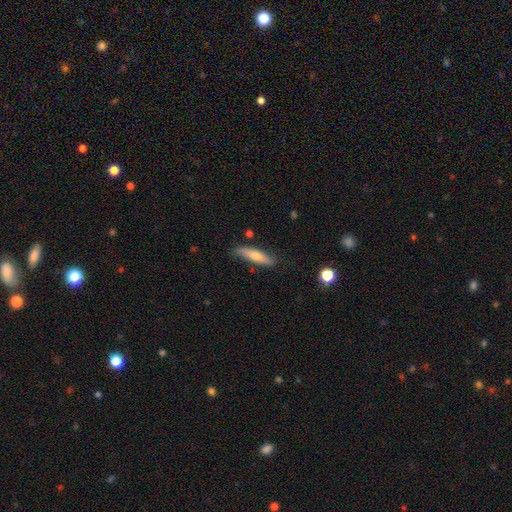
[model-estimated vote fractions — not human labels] This appears to be a smooth galaxy with no disk features (59%) that is cigar-shaped (83%). Merging: none (77%).